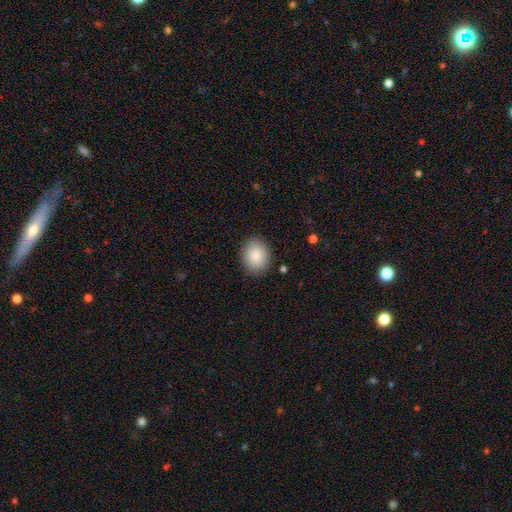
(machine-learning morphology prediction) Overall: smooth (87%). How rounded: round (51%; in between 48%). Merging: none (87%).